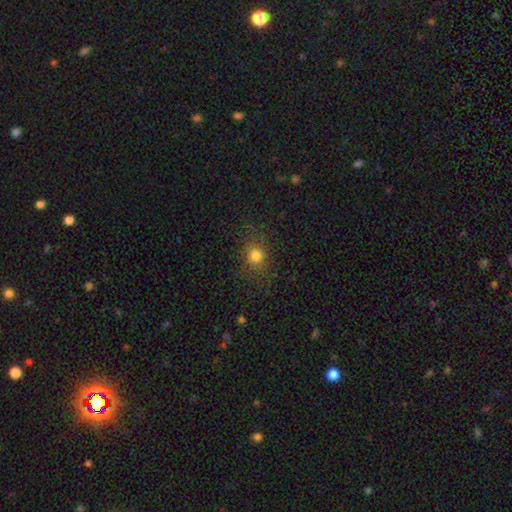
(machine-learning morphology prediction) A smooth galaxy with no disk features (76%) that is round (77%). Merging: none (81%).